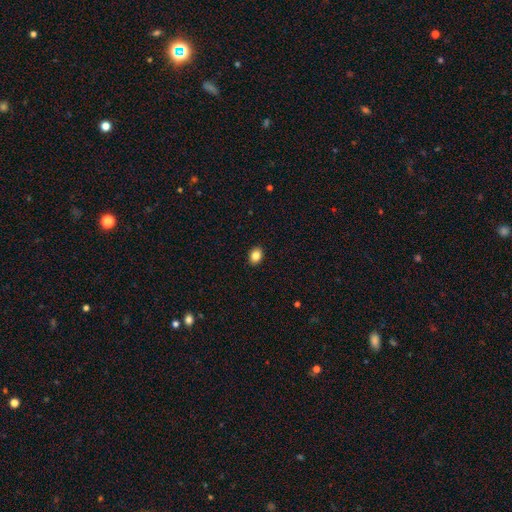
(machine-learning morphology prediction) This is clearly a smooth galaxy (85%). How rounded: likely in between (68%). Merging: clearly none (90%).